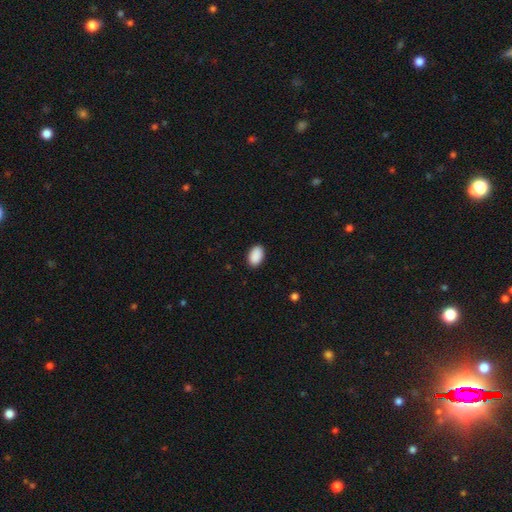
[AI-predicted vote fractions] The model was most divided on "merging": none: 89%, minor disturbance: 8%, major disturbance: 2%, merger: 1%. More confident: how rounded — in between (92%); smooth or featured — smooth (91%).